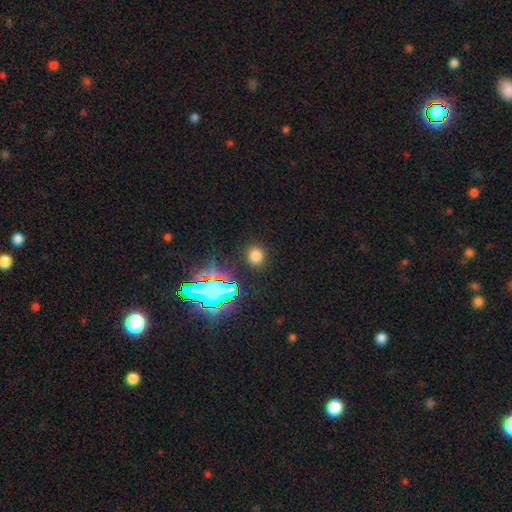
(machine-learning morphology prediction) Q: Smooth or featured?
A: smooth (70%); runner-up: star or artifact (23%)
Q: How rounded?
A: round (76%); runner-up: in between (23%)
Q: Merging?
A: none (88%); runner-up: minor disturbance (7%)